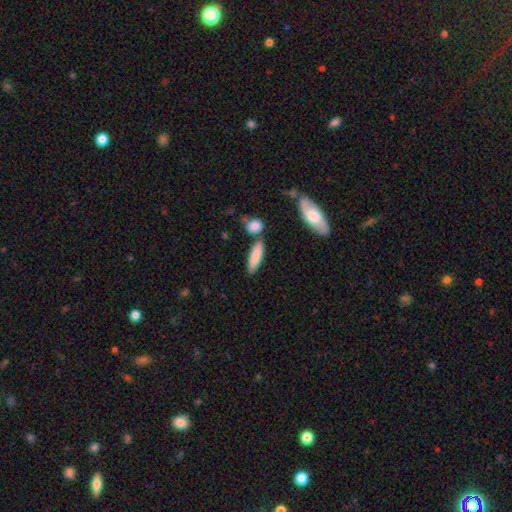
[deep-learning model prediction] A smooth galaxy with no disk features (83%) that is cigar-shaped (55%).

Vote fractions:
- Smooth or featured? smooth: 83% / featured or disk: 11% / star or artifact: 6%
- How rounded? cigar-shaped: 55% / in between: 43% / round: 2%
- Merging? none: 70% / merger: 15% / minor disturbance: 12% / major disturbance: 3%